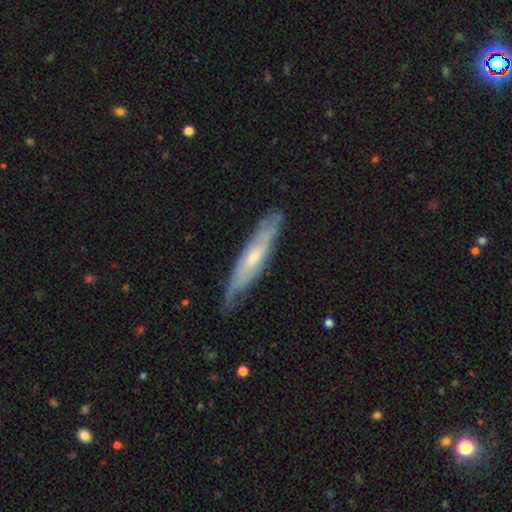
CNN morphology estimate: A featured or disk galaxy (67%) viewed edge-on (57%). Merging: none (74%).